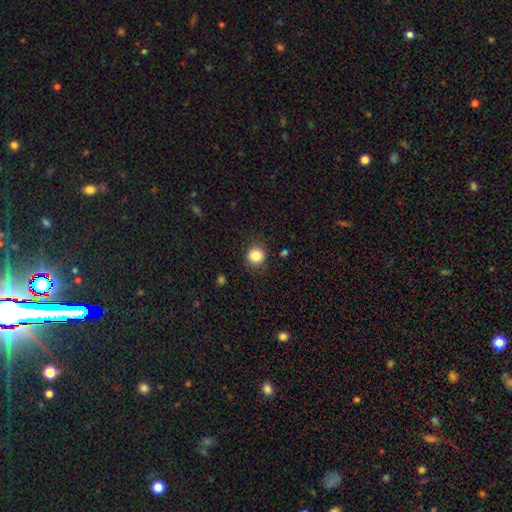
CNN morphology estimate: This appears to be a smooth galaxy with no disk features (85%) that is round (89%). Merging: none (86%).